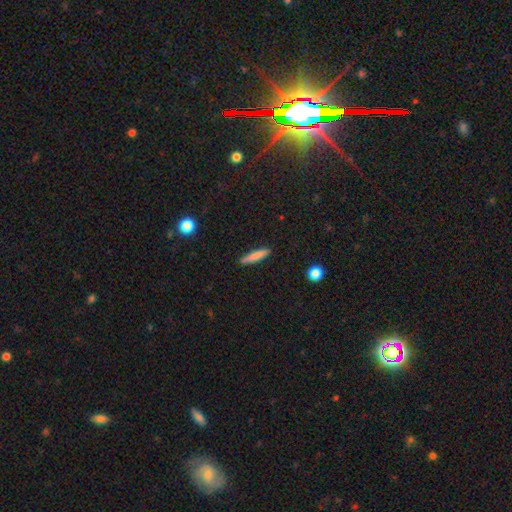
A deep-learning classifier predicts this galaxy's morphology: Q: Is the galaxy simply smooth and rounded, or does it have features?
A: smooth — 80%.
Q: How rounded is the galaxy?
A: cigar-shaped — 90%.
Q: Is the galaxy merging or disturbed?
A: none — 89%.